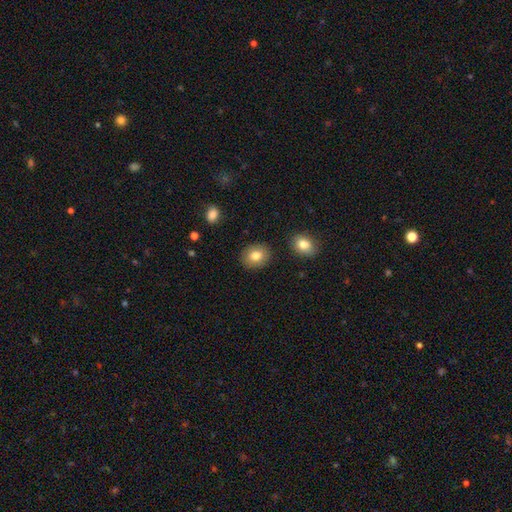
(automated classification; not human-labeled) Q: Smooth or featured?
A: smooth (81%); runner-up: featured or disk (11%)
Q: How rounded?
A: round (58%); runner-up: in between (41%)
Q: Merging?
A: none (88%); runner-up: minor disturbance (8%)